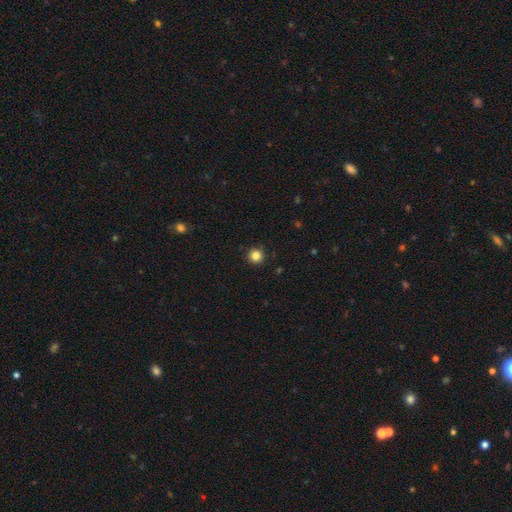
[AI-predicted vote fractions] Smooth or featured?
  - smooth: 84% *
  - star or artifact: 12%
  - featured or disk: 4%
How rounded?
  - round: 96% *
  - in between: 3%
  - cigar-shaped: 1%
Merging?
  - none: 93% *
  - minor disturbance: 4%
  - major disturbance: 1%
  - merger: 1%